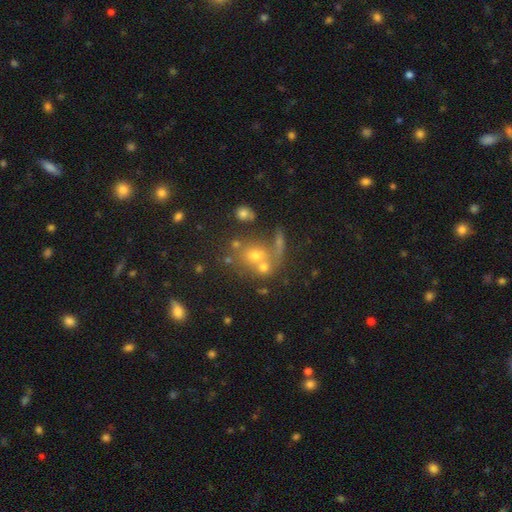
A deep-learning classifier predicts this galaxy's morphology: type=smooth (56%); roundness=round (74%); merging=none (48%).